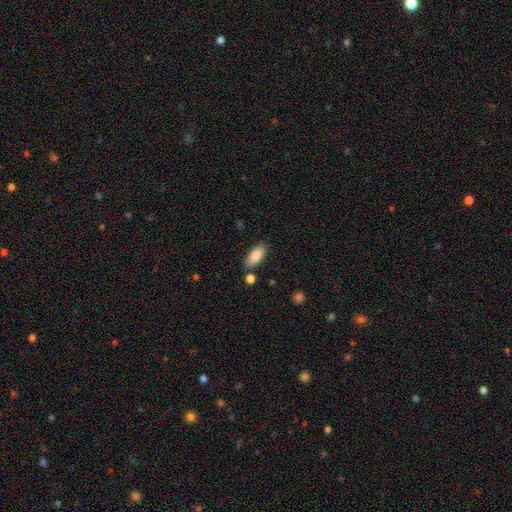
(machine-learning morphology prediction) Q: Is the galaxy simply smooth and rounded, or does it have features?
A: smooth — 84%.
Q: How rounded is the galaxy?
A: in between — 84%.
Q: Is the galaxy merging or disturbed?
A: none — 83%.